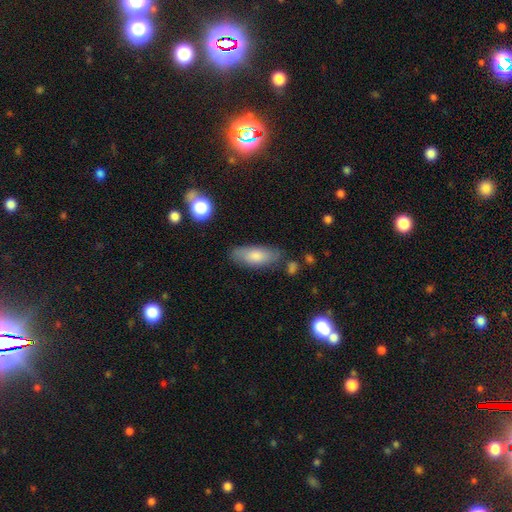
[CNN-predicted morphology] Smooth or featured?
  - smooth: 74% *
  - featured or disk: 19%
  - star or artifact: 7%
How rounded?
  - in between: 74% *
  - cigar-shaped: 24%
  - round: 3%
Merging?
  - none: 78% *
  - minor disturbance: 15%
  - major disturbance: 3%
  - merger: 3%